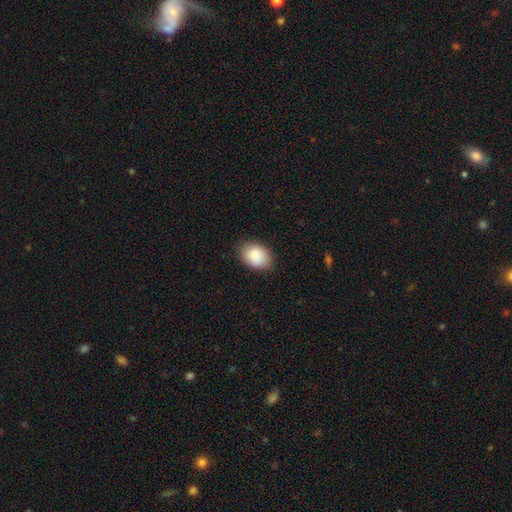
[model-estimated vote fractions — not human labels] This is clearly a smooth galaxy (88%). How rounded: likely in between (78%). Merging: clearly none (85%).